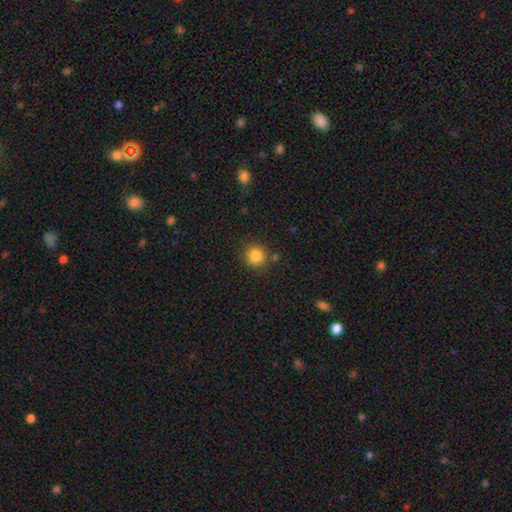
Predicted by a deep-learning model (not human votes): Smooth or featured: smooth — 84% (star or artifact — 11%)
How rounded: round — 90% (in between — 9%)
Merging: none — 84% (minor disturbance — 9%)